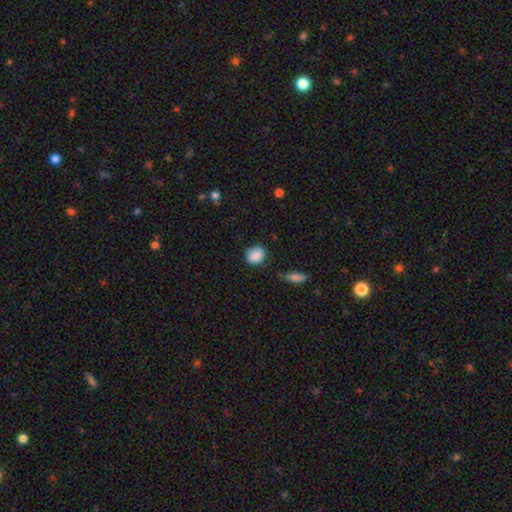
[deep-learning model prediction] Q: Smooth or featured?
A: smooth (85%); runner-up: star or artifact (8%)
Q: How rounded?
A: round (61%); runner-up: in between (37%)
Q: Merging?
A: none (70%); runner-up: minor disturbance (22%)